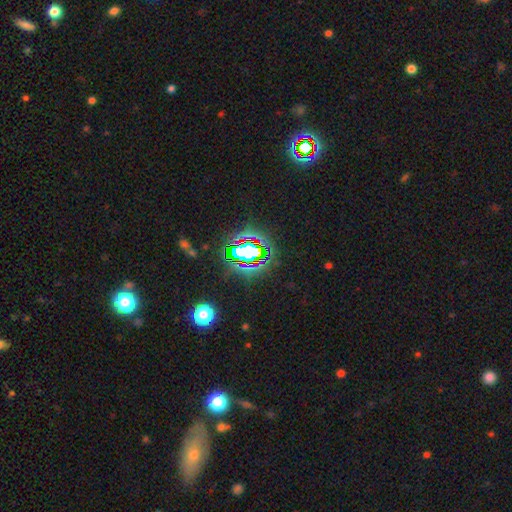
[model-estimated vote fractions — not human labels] Smooth or featured? Predicted: star or artifact (p=0.78).